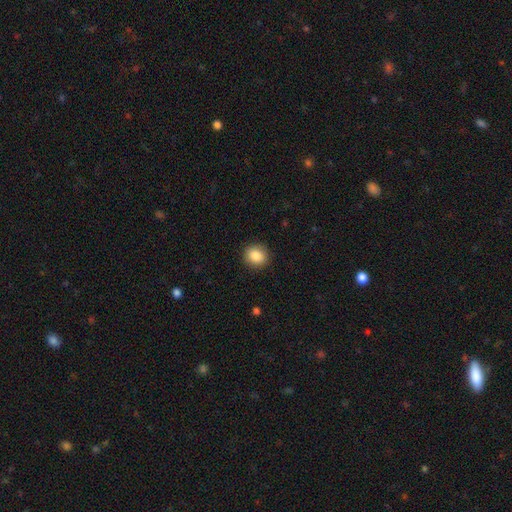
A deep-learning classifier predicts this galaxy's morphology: A smooth galaxy with no disk features (86%) that is round (80%). Merging: none (90%).